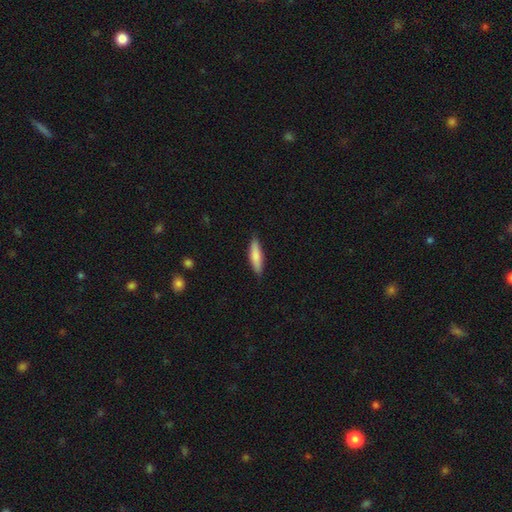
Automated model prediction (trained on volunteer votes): A smooth galaxy with no disk features (79%) that is cigar-shaped (69%).

Vote fractions:
- Smooth or featured? smooth: 79% / featured or disk: 15% / star or artifact: 5%
- How rounded? cigar-shaped: 69% / in between: 29% / round: 2%
- Merging? none: 87% / minor disturbance: 10% / major disturbance: 2% / merger: 1%